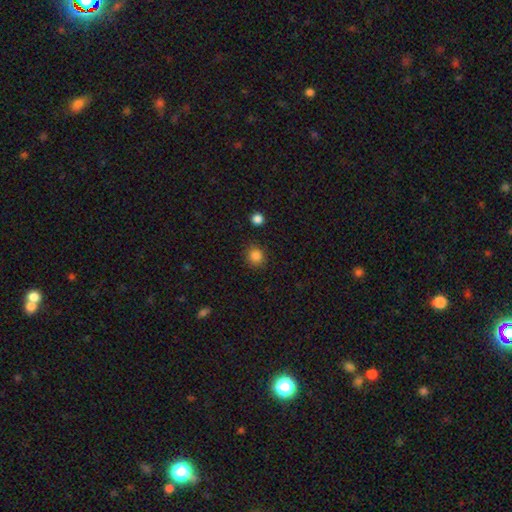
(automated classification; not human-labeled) Q: Smooth or featured?
A: smooth (85%); runner-up: star or artifact (11%)
Q: How rounded?
A: round (84%); runner-up: in between (15%)
Q: Merging?
A: none (88%); runner-up: minor disturbance (8%)